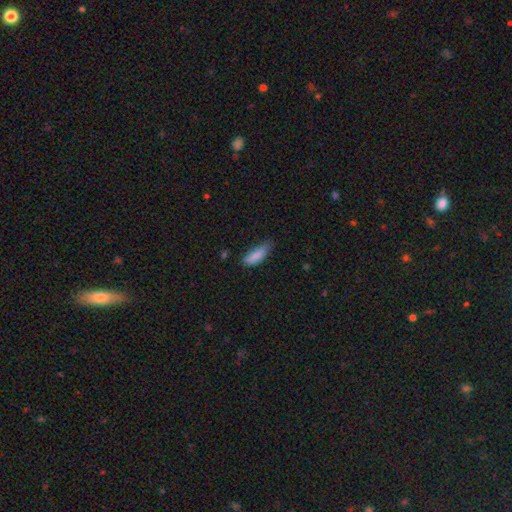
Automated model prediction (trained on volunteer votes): Smooth or featured? Predicted: smooth (p=0.86). How rounded? Predicted: in between (p=0.59). Merging? Predicted: none (p=0.51).